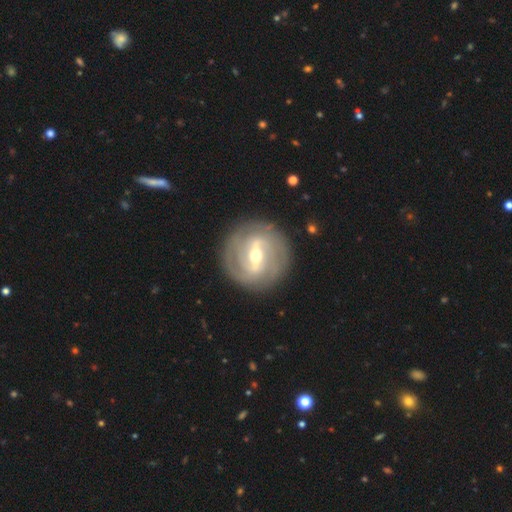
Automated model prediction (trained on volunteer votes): Smooth or featured: featured or disk — 84% (smooth — 11%)
Edge-on disk: no — 95% (yes — 5%)
Bar: strong — 56% (weak — 35%)
Spiral arms: yes — 88% (no — 12%)
Spiral winding: tight — 57% (medium — 31%)
Spiral arm count: 2 — 53% (can't tell — 21%)
Bulge size: moderate — 55% (small — 41%)
Merging: none — 86% (minor disturbance — 9%)